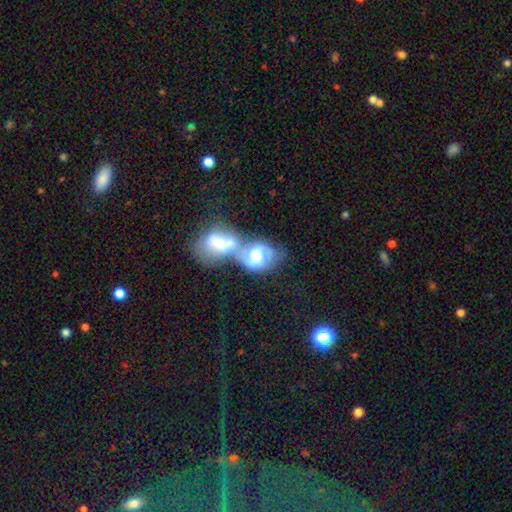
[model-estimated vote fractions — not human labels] Smooth or featured: featured or disk — 63% (smooth — 30%)
Edge-on disk: no — 96% (yes — 4%)
Bar: no — 50% (weak — 35%)
Spiral arms: yes — 74% (no — 26%)
Bulge size: moderate — 45% (large — 37%)
Merging: merger — 77% (none — 10%)